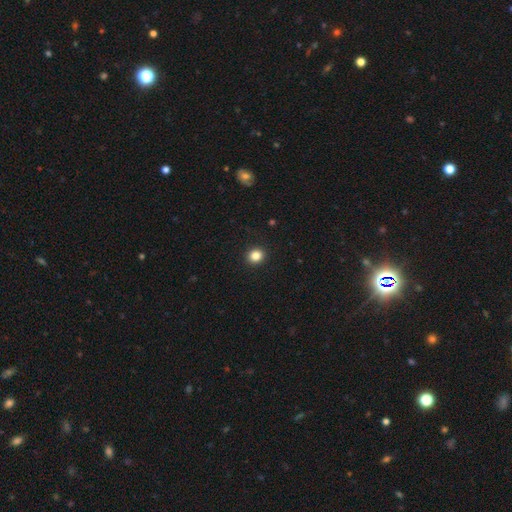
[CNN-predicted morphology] smooth 85%, star or artifact 11%, featured or disk 4%. Down the decision tree: how rounded — round (83%); merging — none (93%).